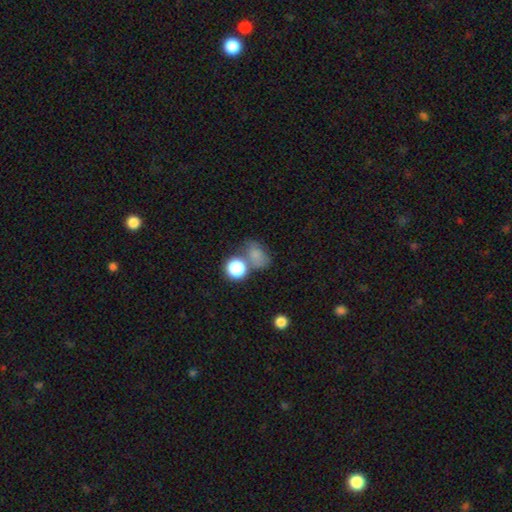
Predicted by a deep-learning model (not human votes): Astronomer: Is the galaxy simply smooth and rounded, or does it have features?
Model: smooth — 75%.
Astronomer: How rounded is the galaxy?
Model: in between — 62%.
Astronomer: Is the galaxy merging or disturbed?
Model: none — 43% (runner-up: merger, 30%).